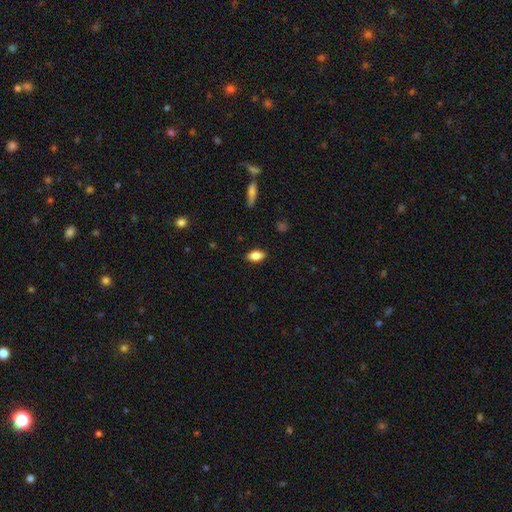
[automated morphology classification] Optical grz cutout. It shows a smooth galaxy with no disk features (82%) that is in between round and cigar-shaped (88%). Merging: none (87%).